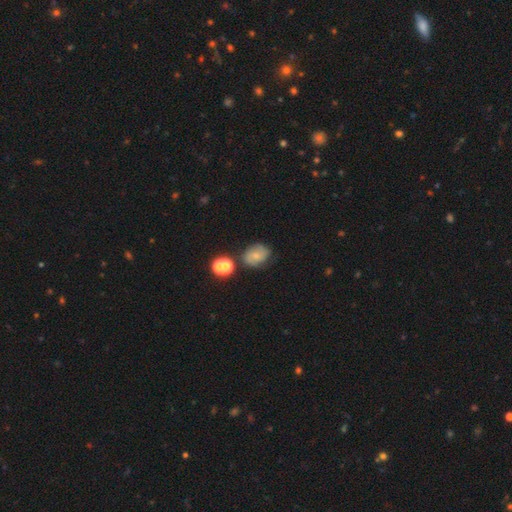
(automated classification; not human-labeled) Morphology: type=smooth (57%); roundness=in between (57%); merging=none (63%).